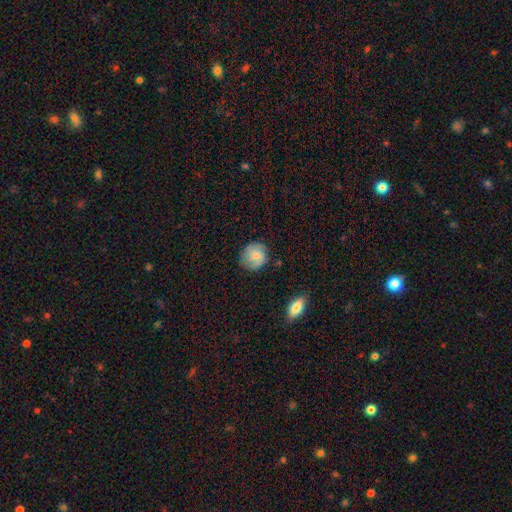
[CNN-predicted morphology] Smooth or featured? smooth (60%)
How rounded? round (85%)
Merging? none (80%)